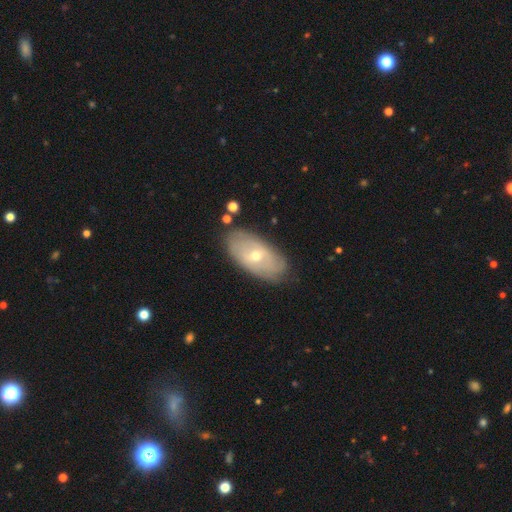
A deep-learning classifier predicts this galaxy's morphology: This is possibly a featured or disk galaxy (58%). It is clearly not viewed edge-on (88%). Bar: likely no (68%). Spiral arm pattern: possibly yes (52%). Central bulge: possibly small (49%). Merging: likely none (79%).